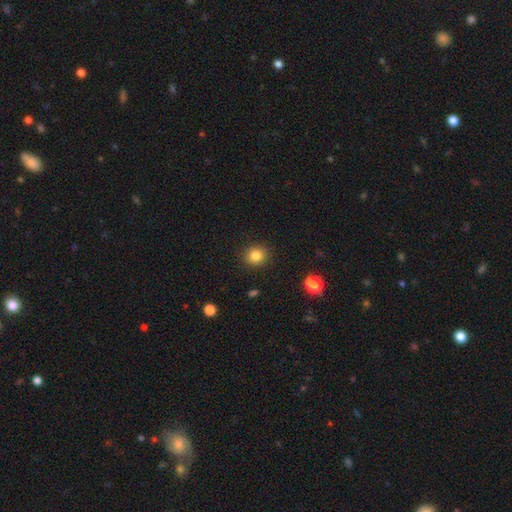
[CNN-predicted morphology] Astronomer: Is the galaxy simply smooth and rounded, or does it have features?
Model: smooth — 82%.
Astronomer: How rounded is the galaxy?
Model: round — 83%.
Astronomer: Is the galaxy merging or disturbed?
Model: none — 91%.